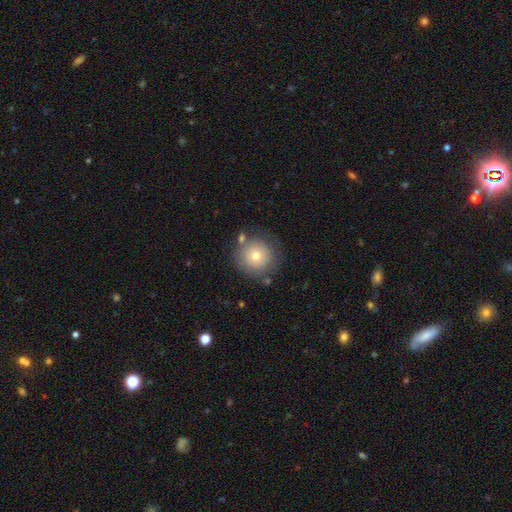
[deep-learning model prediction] smooth-or-featured: smooth: 71% | featured or disk: 18% | star or artifact: 11%
  how-rounded: round: 94% | in between: 5% | cigar-shaped: 1%
  merging: none: 78% | minor disturbance: 12% | merger: 5% | major disturbance: 4%